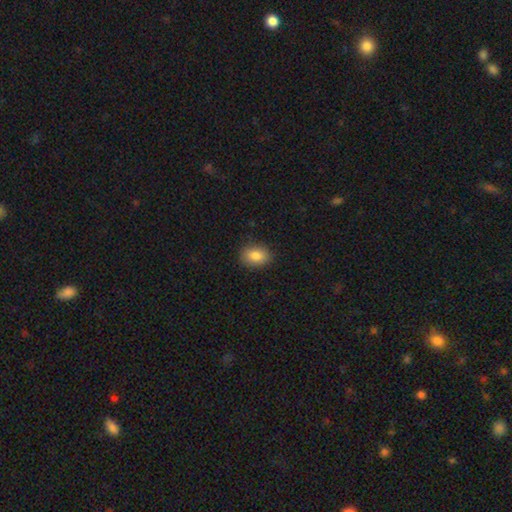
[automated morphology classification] A smooth galaxy with no disk features (85%) that is in between round and cigar-shaped (77%). Merging: none (86%).